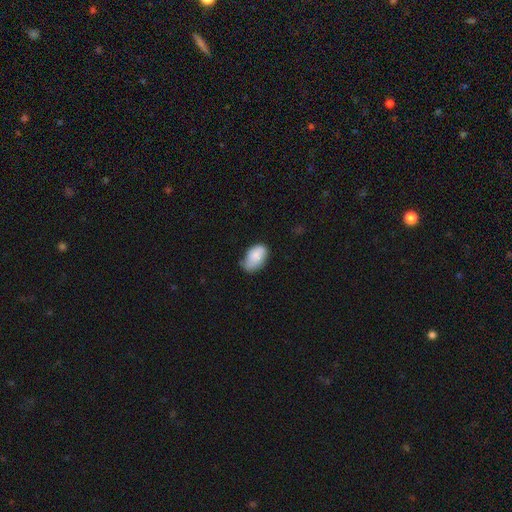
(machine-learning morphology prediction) The model was most divided on "merging": none: 55%, minor disturbance: 35%, major disturbance: 7%, merger: 3%. More confident: how rounded — in between (93%); smooth or featured — smooth (83%).